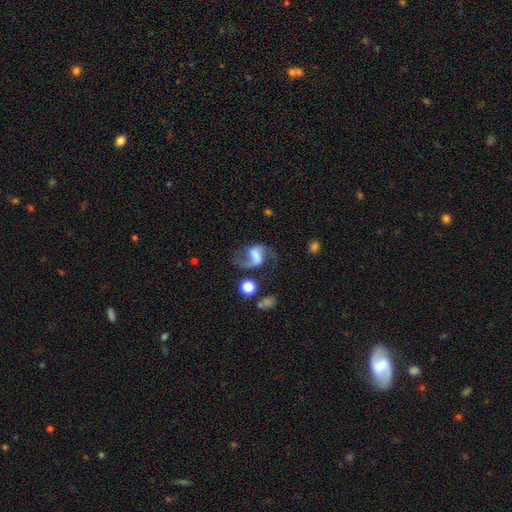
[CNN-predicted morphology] This is likely a featured or disk galaxy (77%). It is clearly not viewed edge-on (98%). Bar: marginally weak (41%). Spiral arm pattern: clearly yes (93%). Spiral arm count: clearly 2 (84%). Spiral winding: possibly loose (60%). Central bulge: marginally none (37%). Merging: possibly none (56%).